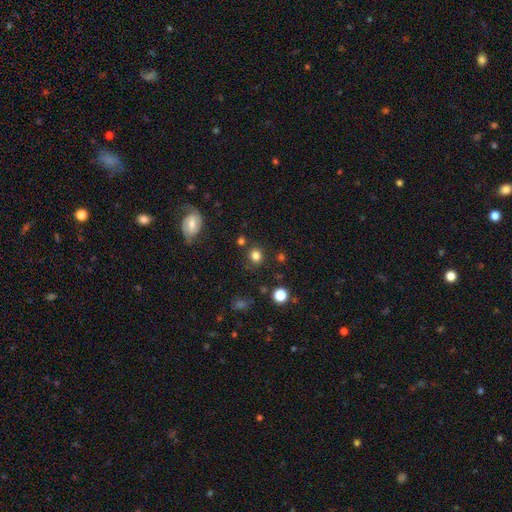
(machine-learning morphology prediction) Smooth or featured?
  - smooth: 81% *
  - star or artifact: 13%
  - featured or disk: 6%
How rounded?
  - round: 83% *
  - in between: 16%
  - cigar-shaped: 1%
Merging?
  - none: 82% *
  - minor disturbance: 10%
  - merger: 4%
  - major disturbance: 4%